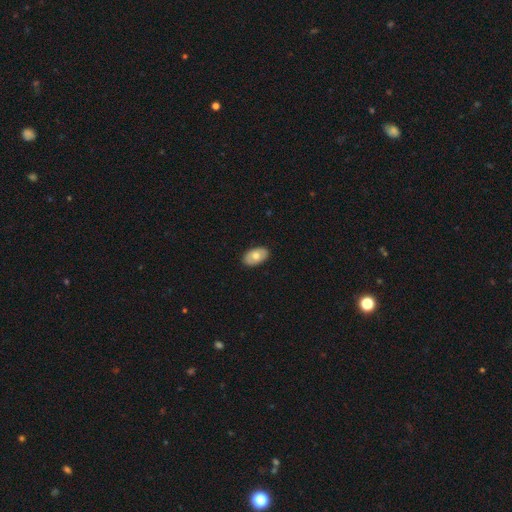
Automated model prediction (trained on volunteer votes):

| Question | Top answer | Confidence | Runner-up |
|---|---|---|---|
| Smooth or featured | smooth | 67% | featured or disk (27%) |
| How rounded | in between | 92% | round (7%) |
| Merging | none | 89% | minor disturbance (9%) |